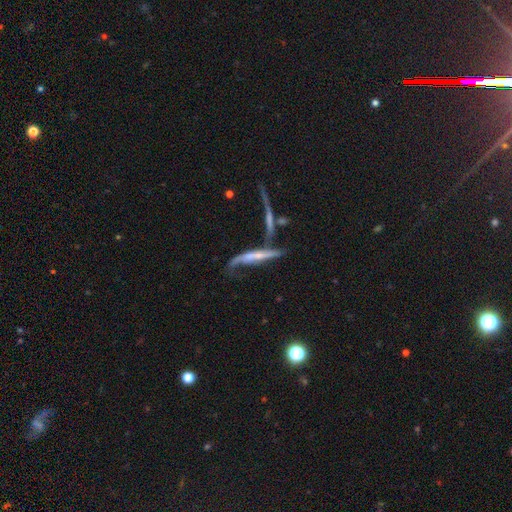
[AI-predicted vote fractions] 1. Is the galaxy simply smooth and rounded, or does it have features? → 68% featured or disk, 23% smooth, 9% star or artifact.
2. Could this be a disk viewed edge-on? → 58% yes, 42% no.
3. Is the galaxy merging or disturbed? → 31% merger, 30% none, 21% major disturbance, 18% minor disturbance.